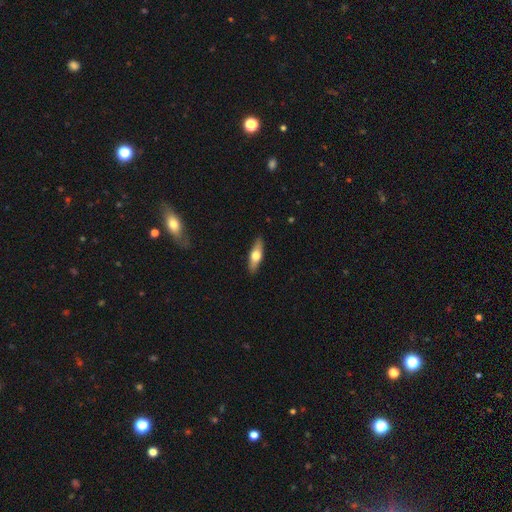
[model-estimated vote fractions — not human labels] The model was most divided on "how rounded": cigar-shaped: 51%, in between: 46%, round: 3%. More confident: merging — none (89%); smooth or featured — smooth (53%).